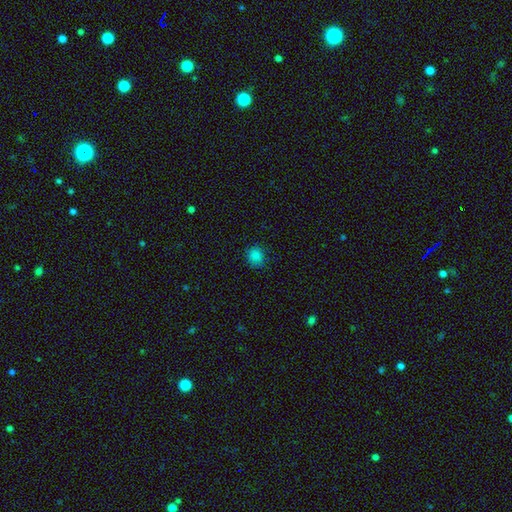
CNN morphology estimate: Overall: smooth (83%). How rounded: round (81%). Merging: none (85%).